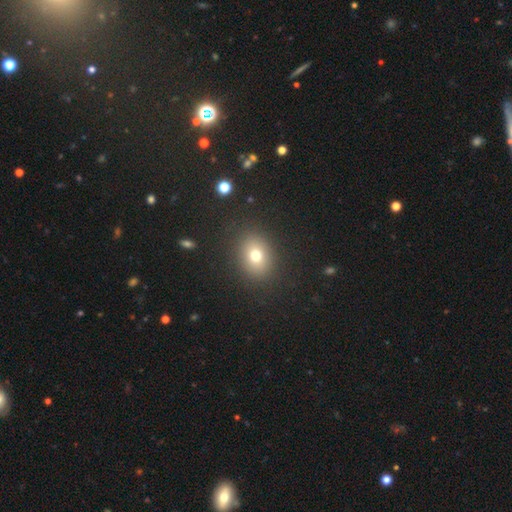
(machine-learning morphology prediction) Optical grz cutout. It shows a smooth galaxy with no disk features (74%) that is in between round and cigar-shaped (52%). Merging: none (88%).